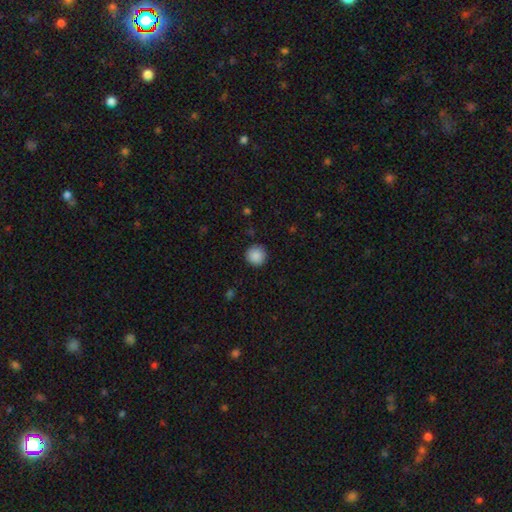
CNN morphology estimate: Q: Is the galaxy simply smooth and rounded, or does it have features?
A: smooth — 89%.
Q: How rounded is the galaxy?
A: round — 95%.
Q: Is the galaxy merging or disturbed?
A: none — 91%.